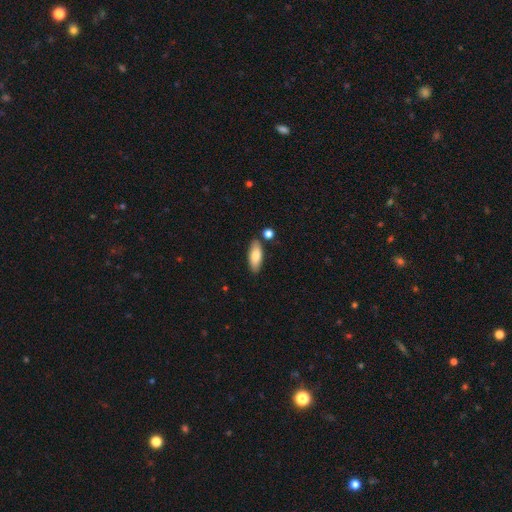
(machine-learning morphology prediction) smooth_or_featured: smooth (p=0.81) [alt: featured or disk p=0.12]
how_rounded: in between (p=0.76) [alt: cigar-shaped p=0.22]
merging: none (p=0.81) [alt: minor disturbance p=0.11]